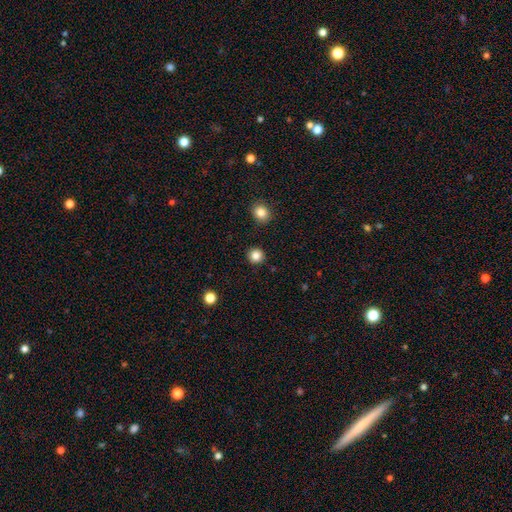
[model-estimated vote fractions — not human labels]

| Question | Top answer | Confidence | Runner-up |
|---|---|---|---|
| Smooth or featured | smooth | 84% | star or artifact (11%) |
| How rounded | round | 93% | in between (6%) |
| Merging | none | 91% | minor disturbance (5%) |